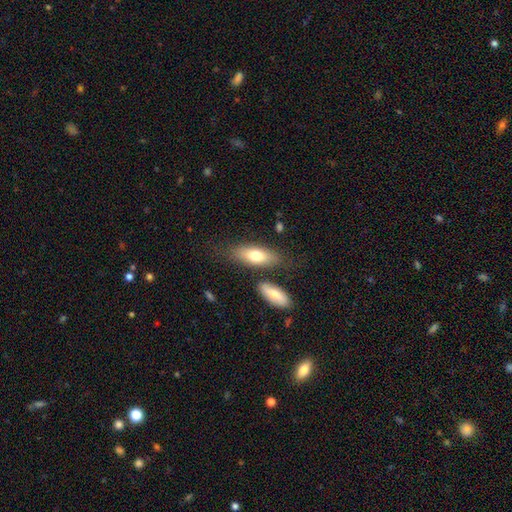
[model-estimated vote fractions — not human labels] Smooth or featured?
  - smooth: 72% *
  - featured or disk: 22%
  - star or artifact: 6%
How rounded?
  - in between: 74% *
  - cigar-shaped: 23%
  - round: 3%
Merging?
  - none: 71% *
  - minor disturbance: 14%
  - merger: 10%
  - major disturbance: 4%